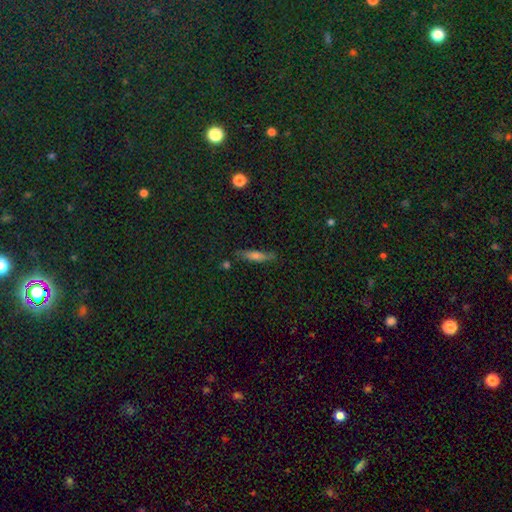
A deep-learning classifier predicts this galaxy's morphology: type=smooth (53%); roundness=cigar-shaped (79%); merging=none (79%).